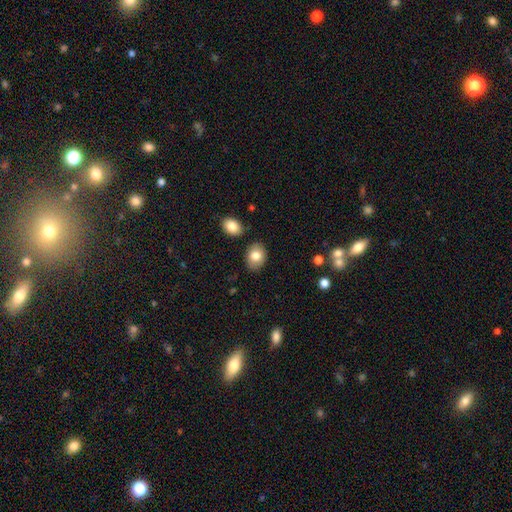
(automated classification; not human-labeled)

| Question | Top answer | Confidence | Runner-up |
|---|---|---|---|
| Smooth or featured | smooth | 81% | featured or disk (12%) |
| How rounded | in between | 71% | round (28%) |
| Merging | none | 83% | minor disturbance (11%) |